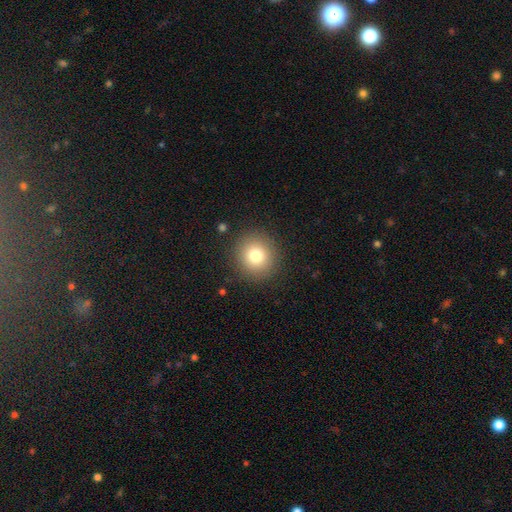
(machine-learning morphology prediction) This appears to be a smooth galaxy with no disk features (79%) that is round (92%). Merging: none (89%).